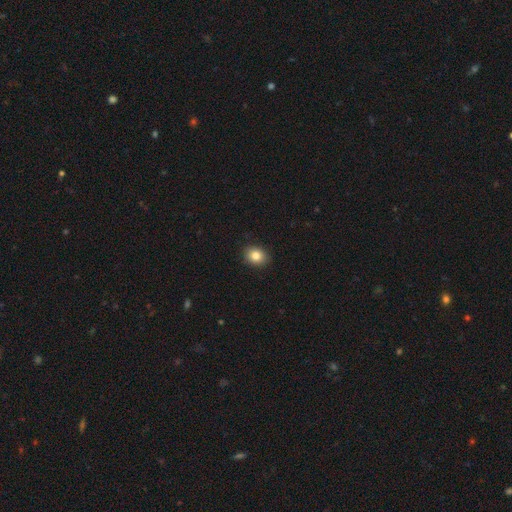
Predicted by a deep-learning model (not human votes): Q: Smooth or featured?
A: smooth (84%); runner-up: star or artifact (10%)
Q: How rounded?
A: round (52%); runner-up: in between (47%)
Q: Merging?
A: none (90%); runner-up: minor disturbance (7%)